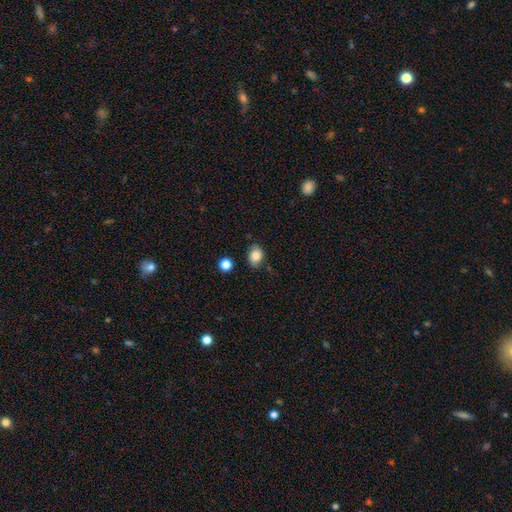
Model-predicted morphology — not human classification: This appears to be a smooth galaxy with no disk features (83%) that is in between round and cigar-shaped (60%). Merging: none (73%).